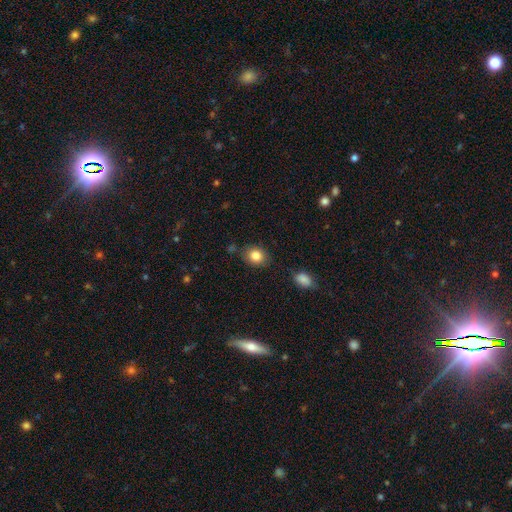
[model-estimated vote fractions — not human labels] smooth-or-featured: smooth: 85% | star or artifact: 9% | featured or disk: 6%
  how-rounded: round: 56% | in between: 43% | cigar-shaped: 1%
  merging: none: 81% | minor disturbance: 13% | merger: 4% | major disturbance: 3%